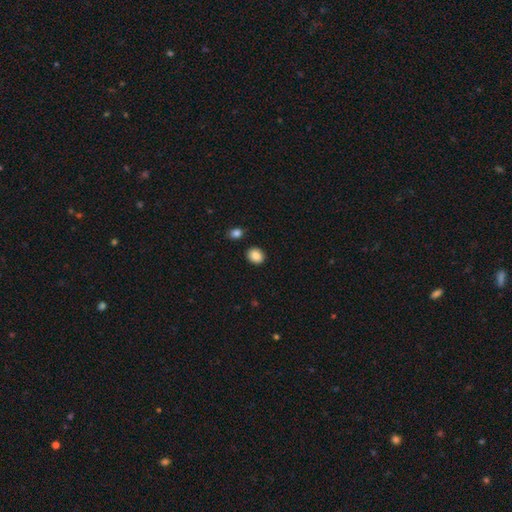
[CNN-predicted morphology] This appears to be a smooth galaxy with no disk features (86%) that is round (62%). Merging: none (88%).